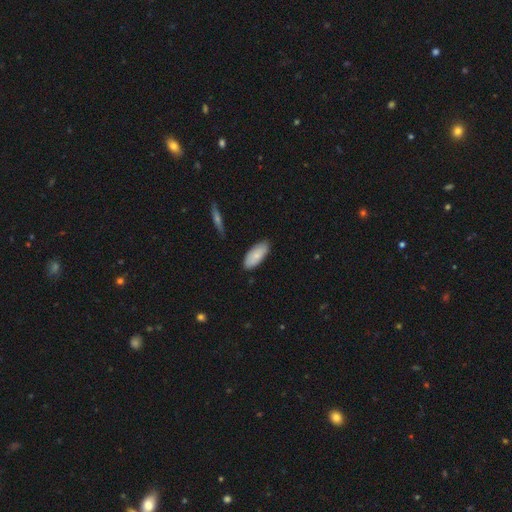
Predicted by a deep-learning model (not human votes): Smooth or featured?
  - smooth: 76% *
  - featured or disk: 18%
  - star or artifact: 6%
How rounded?
  - in between: 89% *
  - cigar-shaped: 9%
  - round: 2%
Merging?
  - none: 83% *
  - minor disturbance: 14%
  - major disturbance: 2%
  - merger: 2%